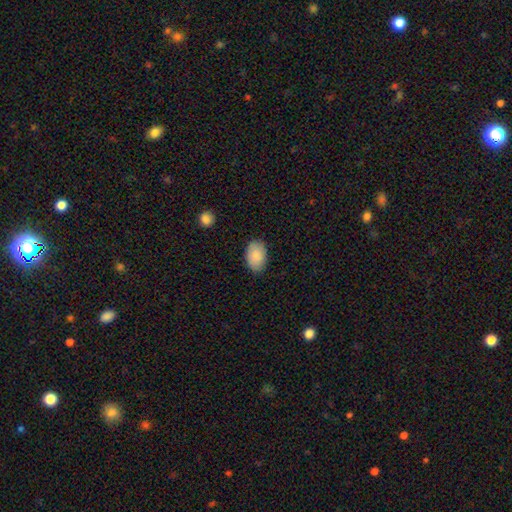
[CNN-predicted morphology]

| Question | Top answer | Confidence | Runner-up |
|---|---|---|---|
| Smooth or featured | smooth | 87% | featured or disk (6%) |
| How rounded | in between | 88% | round (10%) |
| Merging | none | 83% | minor disturbance (14%) |